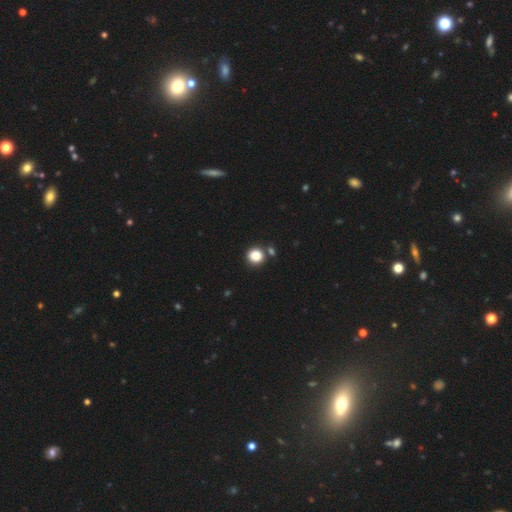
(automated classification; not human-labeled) A smooth galaxy with no disk features (85%) that is round (91%).

Vote fractions:
- Smooth or featured? smooth: 85% / star or artifact: 11% / featured or disk: 4%
- How rounded? round: 91% / in between: 8% / cigar-shaped: 1%
- Merging? none: 80% / merger: 10% / minor disturbance: 7% / major disturbance: 3%